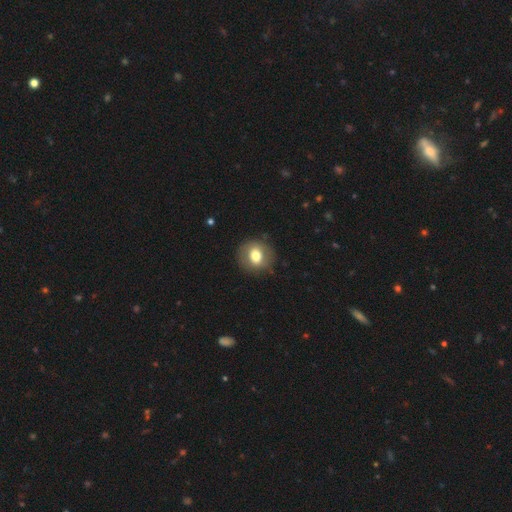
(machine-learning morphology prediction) type=smooth (70%); roundness=round (77%); merging=none (86%).